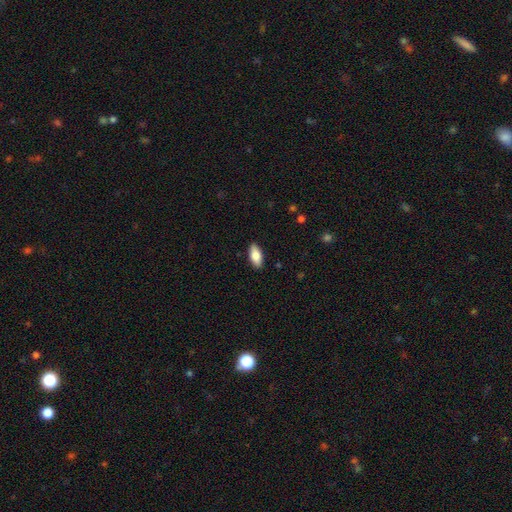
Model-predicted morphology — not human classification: smooth 81%, featured or disk 13%, star or artifact 6%. Down the decision tree: how rounded — in between (86%); merging — none (89%).